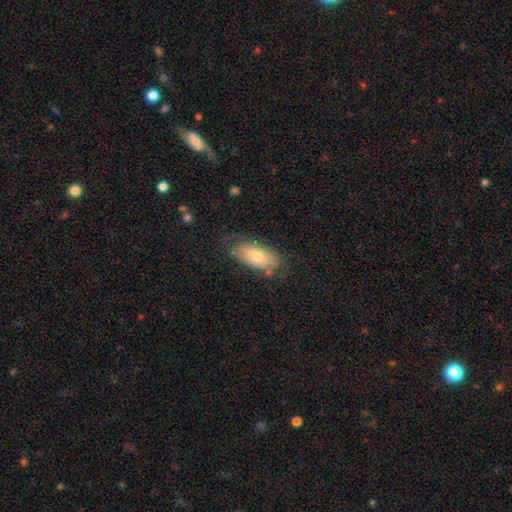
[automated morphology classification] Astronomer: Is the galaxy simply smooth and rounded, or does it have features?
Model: smooth — 64%.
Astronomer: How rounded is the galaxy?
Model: in between — 88%.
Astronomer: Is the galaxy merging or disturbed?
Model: none — 70%.